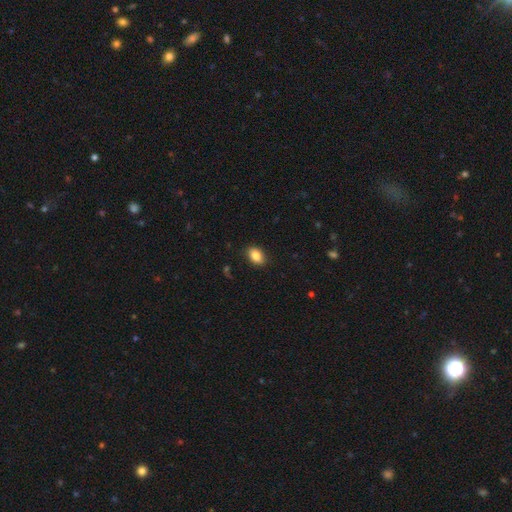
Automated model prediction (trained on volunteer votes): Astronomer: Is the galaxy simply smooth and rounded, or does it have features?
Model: smooth — 86%.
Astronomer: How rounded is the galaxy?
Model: in between — 84%.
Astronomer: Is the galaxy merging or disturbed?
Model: none — 87%.